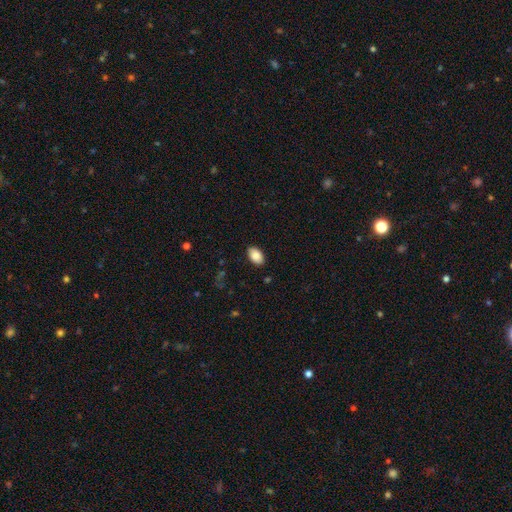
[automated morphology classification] The model was most divided on "merging": none: 88%, minor disturbance: 9%, major disturbance: 2%, merger: 1%. More confident: how rounded — in between (93%); smooth or featured — smooth (88%).